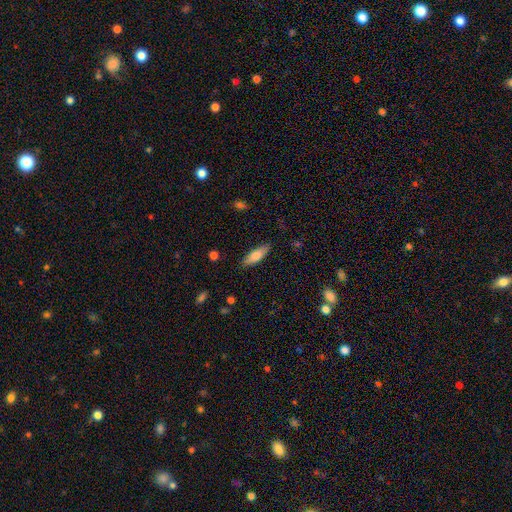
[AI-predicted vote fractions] Smooth or featured: smooth — 75% (featured or disk — 19%)
How rounded: in between — 58% (cigar-shaped — 40%)
Merging: none — 85% (minor disturbance — 12%)